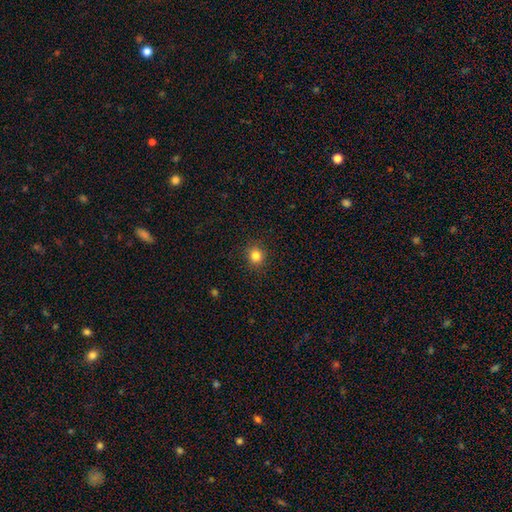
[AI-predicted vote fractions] Smooth or featured?
  - smooth: 83% *
  - star or artifact: 12%
  - featured or disk: 5%
How rounded?
  - round: 84% *
  - in between: 15%
  - cigar-shaped: 1%
Merging?
  - none: 90% *
  - minor disturbance: 7%
  - major disturbance: 2%
  - merger: 1%